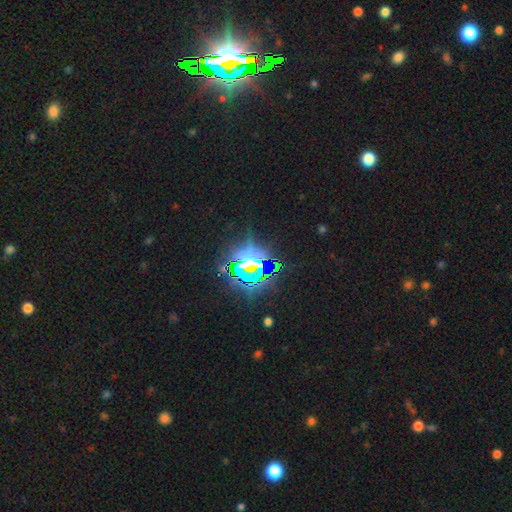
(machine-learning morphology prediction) Smooth or featured: star or artifact — 79% (smooth — 11%)